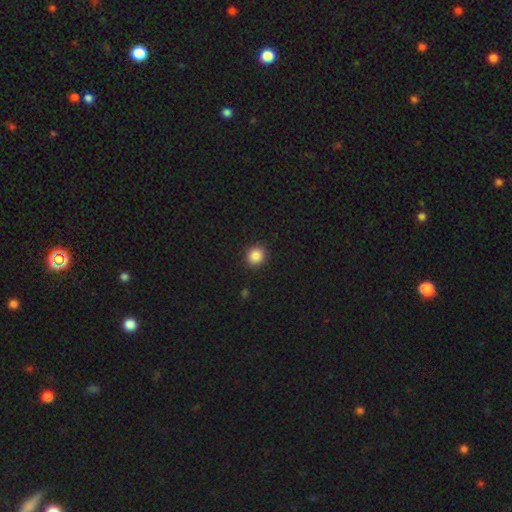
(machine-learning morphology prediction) type=smooth (87%); roundness=round (86%); merging=none (91%).